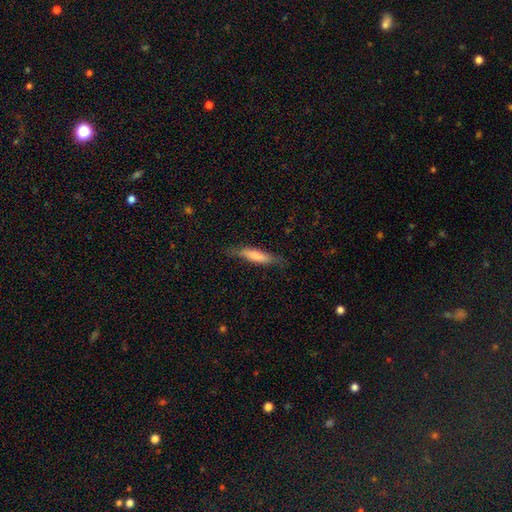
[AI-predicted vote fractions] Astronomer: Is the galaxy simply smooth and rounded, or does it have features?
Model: smooth — 75%.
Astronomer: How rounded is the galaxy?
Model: cigar-shaped — 77%.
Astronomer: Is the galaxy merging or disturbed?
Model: none — 74%.